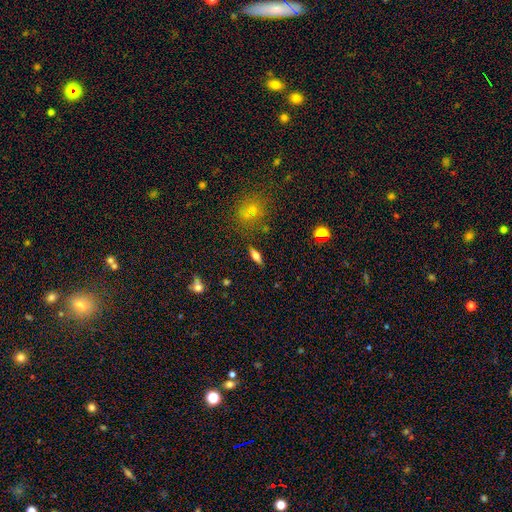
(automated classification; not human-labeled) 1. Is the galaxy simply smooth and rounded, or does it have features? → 51% smooth, 39% featured or disk, 10% star or artifact.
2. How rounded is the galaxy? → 65% in between, 29% cigar-shaped, 6% round.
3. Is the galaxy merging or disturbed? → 83% none, 10% minor disturbance, 4% merger, 3% major disturbance.